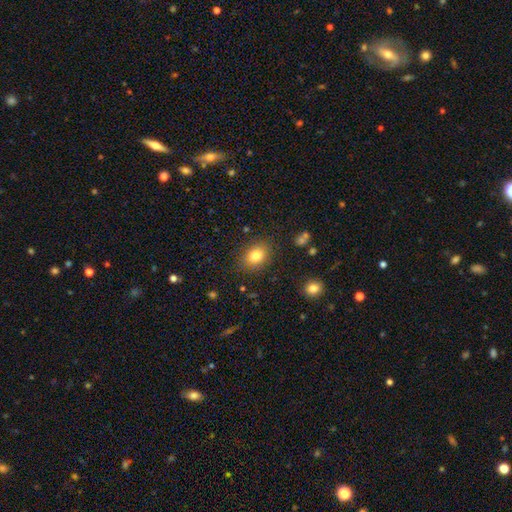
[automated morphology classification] This is clearly a smooth galaxy (82%). How rounded: likely in between (61%). Merging: clearly none (85%).